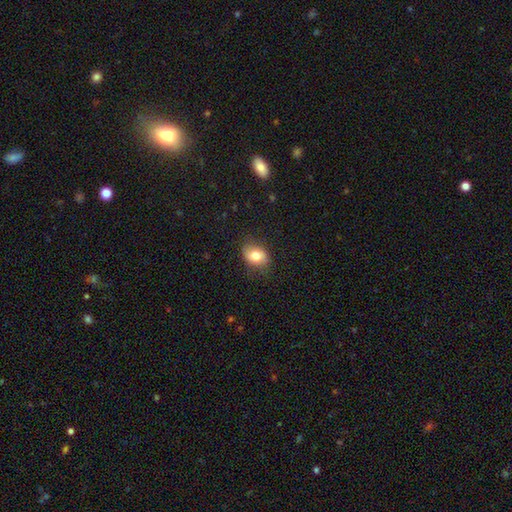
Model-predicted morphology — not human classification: A smooth galaxy with no disk features (77%) that is in between round and cigar-shaped (72%). Merging: none (79%).